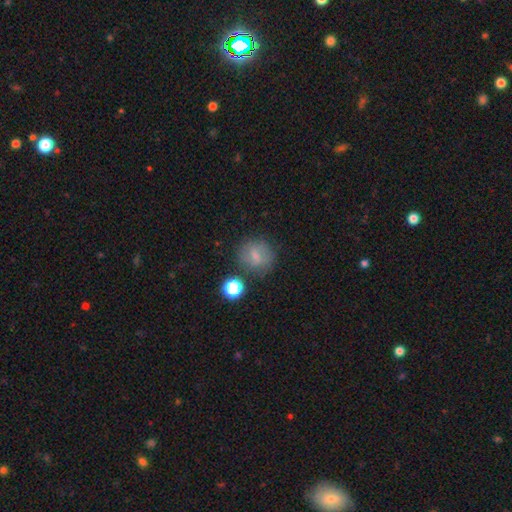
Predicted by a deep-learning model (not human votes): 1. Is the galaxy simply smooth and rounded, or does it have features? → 64% smooth, 22% featured or disk, 14% star or artifact.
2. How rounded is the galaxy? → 78% round, 21% in between, 2% cigar-shaped.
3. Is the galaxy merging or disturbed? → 72% none, 16% minor disturbance, 6% major disturbance, 6% merger.